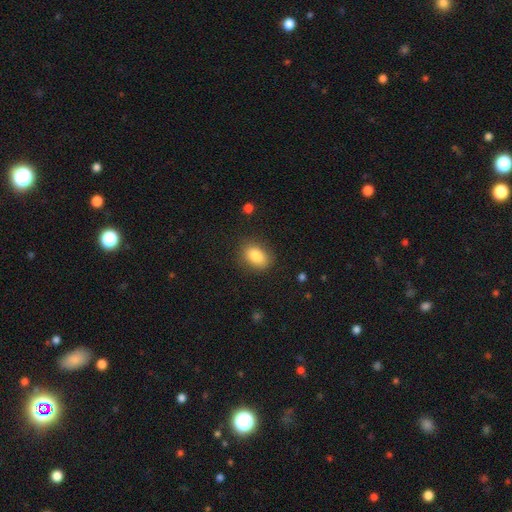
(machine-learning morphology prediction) A smooth galaxy with no disk features (85%) that is in between round and cigar-shaped (81%).

Vote fractions:
- Smooth or featured? smooth: 85% / star or artifact: 8% / featured or disk: 7%
- How rounded? in between: 81% / round: 17% / cigar-shaped: 2%
- Merging? none: 83% / minor disturbance: 12% / major disturbance: 4% / merger: 1%